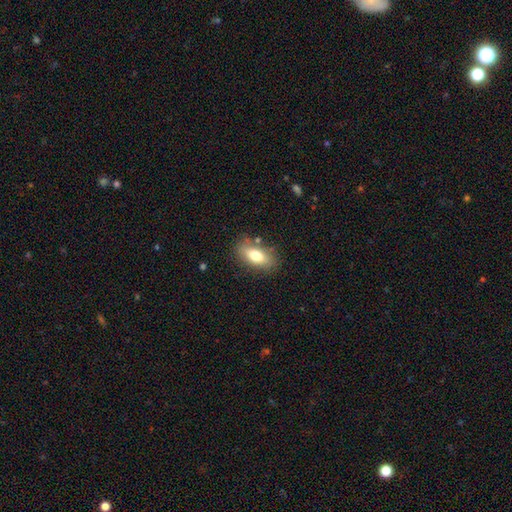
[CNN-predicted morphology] Smooth or featured: smooth — 75% (featured or disk — 17%)
How rounded: in between — 85% (cigar-shaped — 10%)
Merging: none — 79% (minor disturbance — 14%)